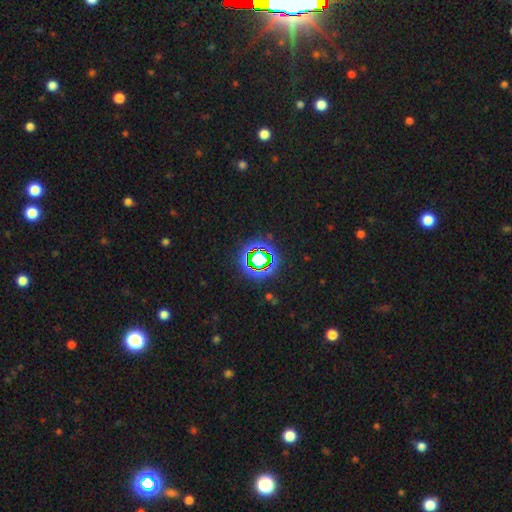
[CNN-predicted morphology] A star or artifact, not a galaxy (75%).

Vote fractions:
- Smooth or featured? star or artifact: 75% / smooth: 15% / featured or disk: 9%